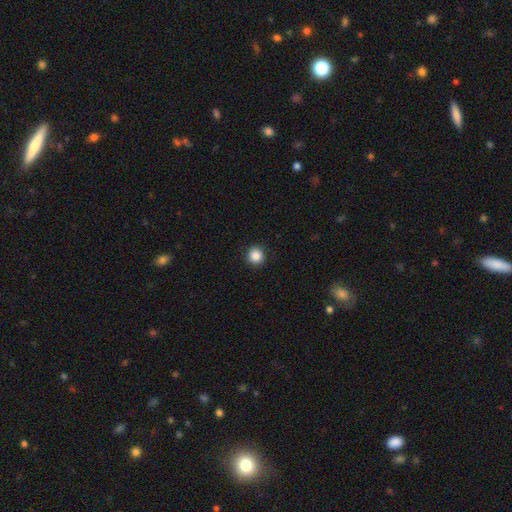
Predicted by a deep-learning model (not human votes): A smooth galaxy with no disk features (86%) that is round (94%). Merging: none (92%).